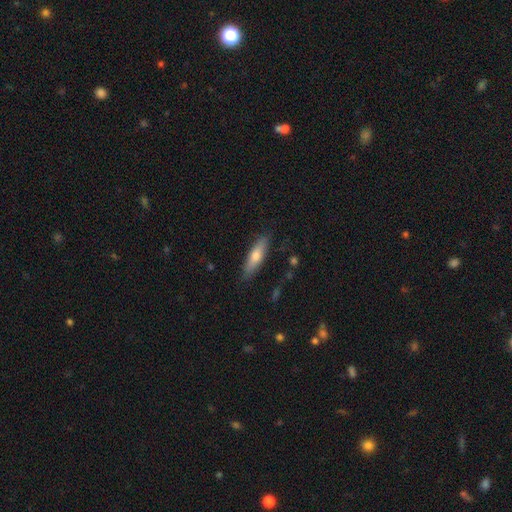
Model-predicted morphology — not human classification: smooth_or_featured: smooth (p=0.62) [alt: featured or disk p=0.31]
how_rounded: cigar-shaped (p=0.69) [alt: in between p=0.29]
merging: none (p=0.86) [alt: minor disturbance p=0.11]